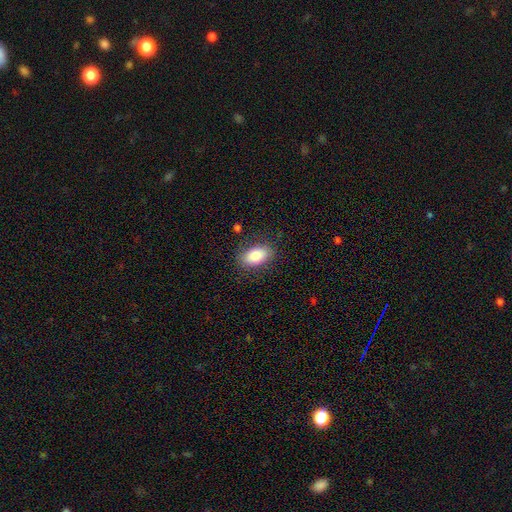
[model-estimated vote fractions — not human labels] smooth_or_featured: smooth (p=0.84) [alt: featured or disk p=0.08]
how_rounded: in between (p=0.91) [alt: round p=0.07]
merging: none (p=0.83) [alt: minor disturbance p=0.12]